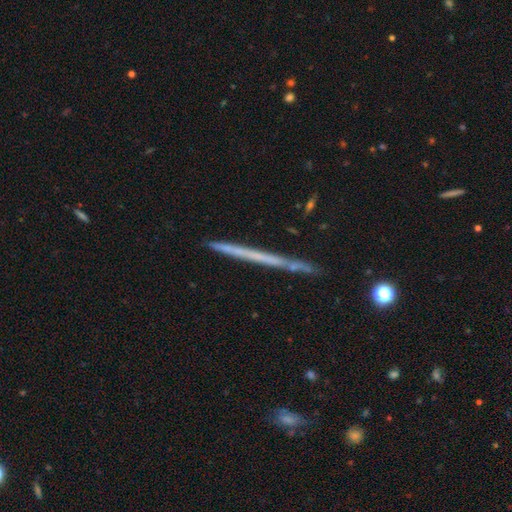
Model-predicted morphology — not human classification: A featured or disk galaxy (56%) viewed edge-on (97%) with no central bulge (93%). Merging: none (87%).